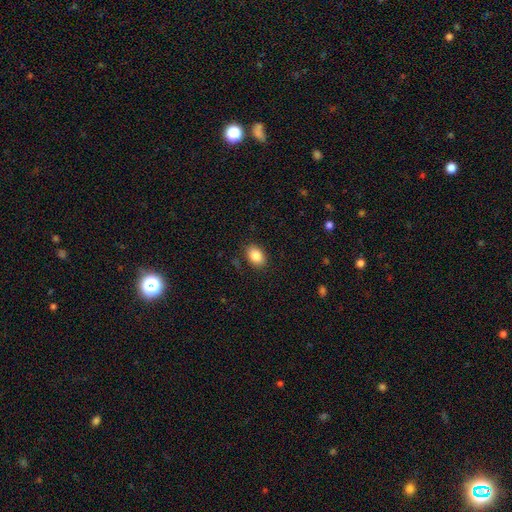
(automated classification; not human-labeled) A smooth galaxy with no disk features (85%) that is in between round and cigar-shaped (81%). Merging: none (87%).